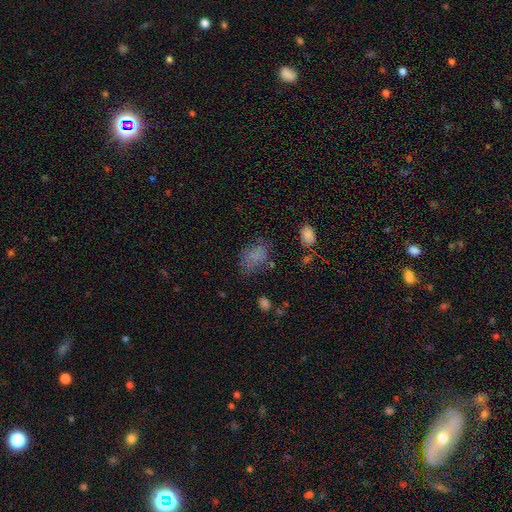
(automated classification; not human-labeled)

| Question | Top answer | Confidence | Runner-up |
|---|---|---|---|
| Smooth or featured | smooth | 73% | star or artifact (15%) |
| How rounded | in between | 80% | round (19%) |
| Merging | none | 57% | minor disturbance (25%) |